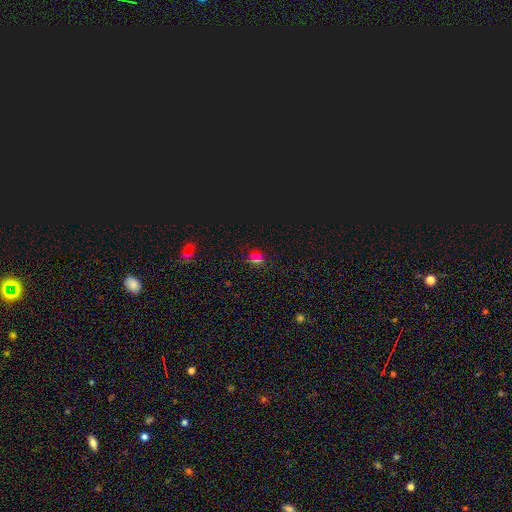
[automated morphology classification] The model was most divided on "smooth or featured": star or artifact: 58%, smooth: 34%, featured or disk: 8%.